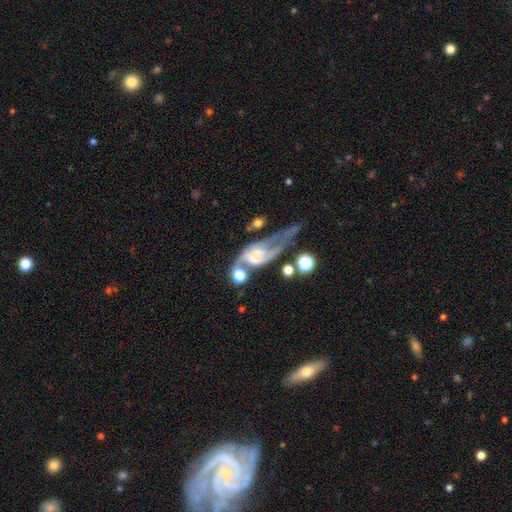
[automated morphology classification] Smooth or featured?
  - featured or disk: 75% *
  - smooth: 16%
  - star or artifact: 9%
Edge-on disk?
  - no: 91% *
  - yes: 9%
Bar?
  - no: 52% *
  - weak: 33%
  - strong: 15%
Spiral arms?
  - yes: 83% *
  - no: 17%
Spiral winding?
  - loose: 44% *
  - medium: 38%
  - tight: 18%
Spiral arm count?
  - 2: 68% *
  - 1: 17%
  - can't tell: 10%
  - 3: 2%
  - 4: 1%
  - more than 4: 1%
Bulge size?
  - none: 38% *
  - small: 26%
  - moderate: 19%
  - large: 13%
  - dominant: 4%
Merging?
  - major disturbance: 36% *
  - none: 26%
  - merger: 20%
  - minor disturbance: 19%